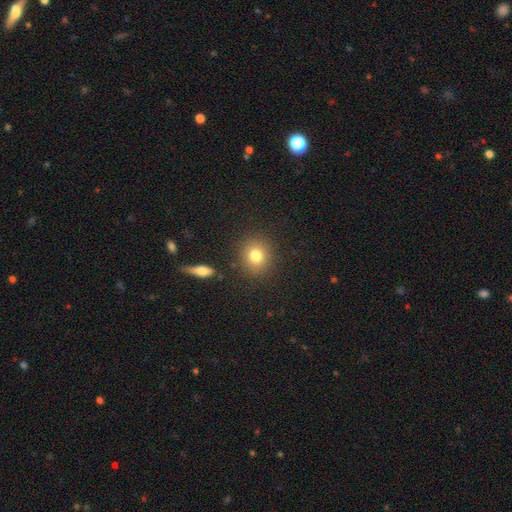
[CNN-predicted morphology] This is clearly a smooth galaxy (80%). How rounded: likely round (75%). Merging: clearly none (86%).